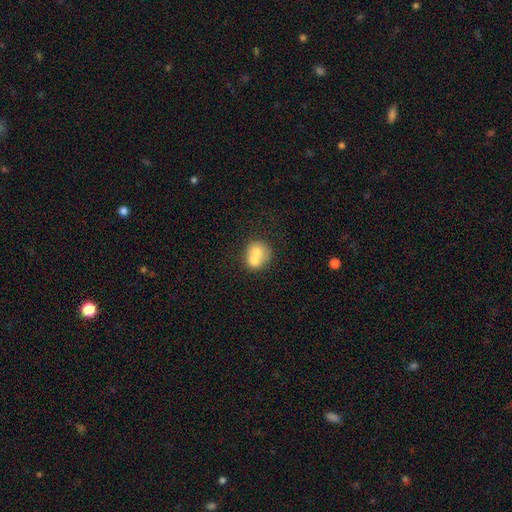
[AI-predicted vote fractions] This appears to be a smooth galaxy with no disk features (67%) that is round (72%). Merging: merger (65%).